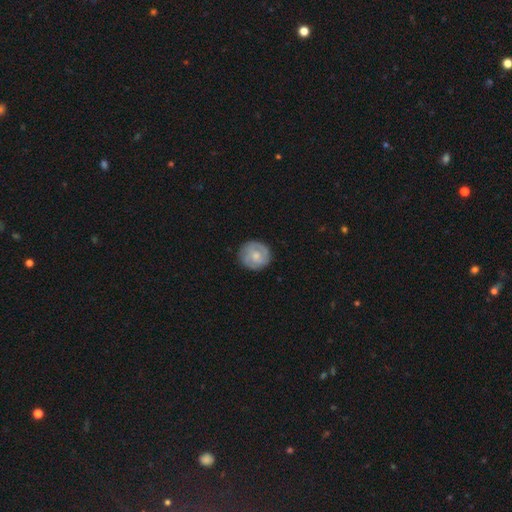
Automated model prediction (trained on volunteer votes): The model was most divided on "bulge size": moderate: 47%, small: 45%, none: 4%, large: 3%, dominant: 1%. More confident: edge-on disk — no (98%); merging — none (83%); spiral arms — yes (82%); bar — no (71%); smooth or featured — featured or disk (52%).